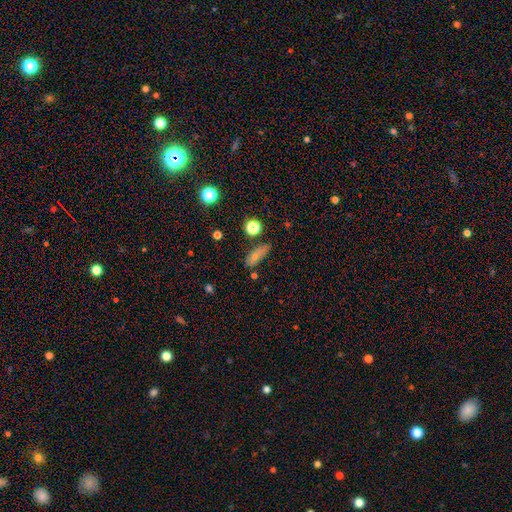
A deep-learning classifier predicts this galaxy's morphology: smooth 69%, featured or disk 17%, star or artifact 15%. Down the decision tree: how rounded — in between (63%); merging — none (62%).